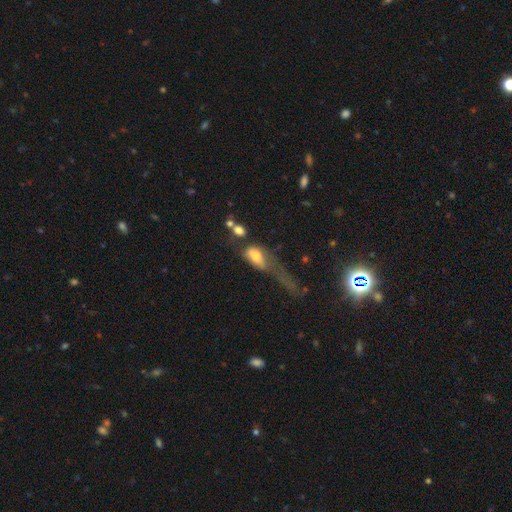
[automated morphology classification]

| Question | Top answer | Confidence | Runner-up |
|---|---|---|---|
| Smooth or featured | smooth | 64% | featured or disk (27%) |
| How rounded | in between | 81% | cigar-shaped (10%) |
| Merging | major disturbance | 51% | merger (21%) |